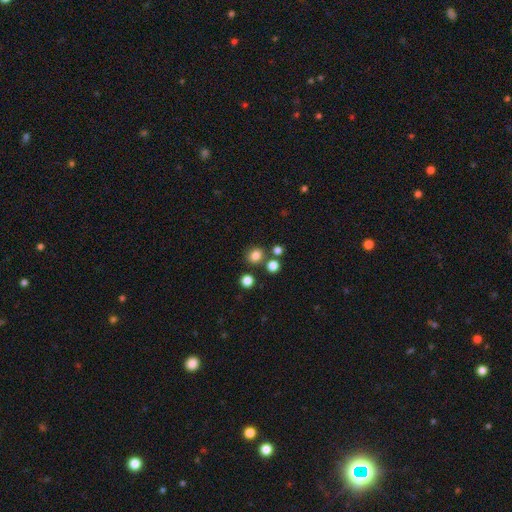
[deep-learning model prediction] The model was most divided on "how rounded": round: 80%, in between: 19%, cigar-shaped: 1%. More confident: smooth or featured — smooth (80%); merging — none (78%).